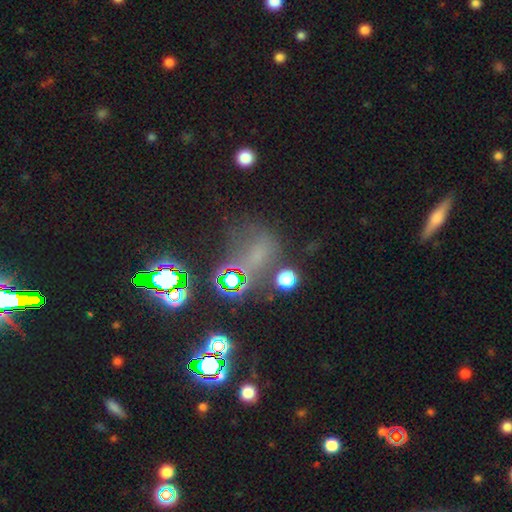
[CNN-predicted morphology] Q: Smooth or featured?
A: star or artifact (45%); runner-up: smooth (40%)